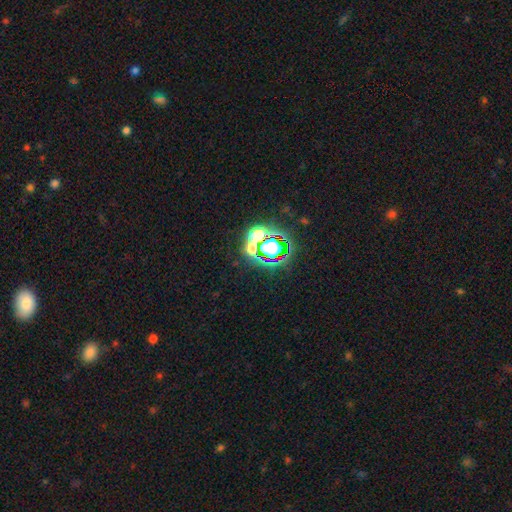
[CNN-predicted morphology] type=star or artifact (75%).